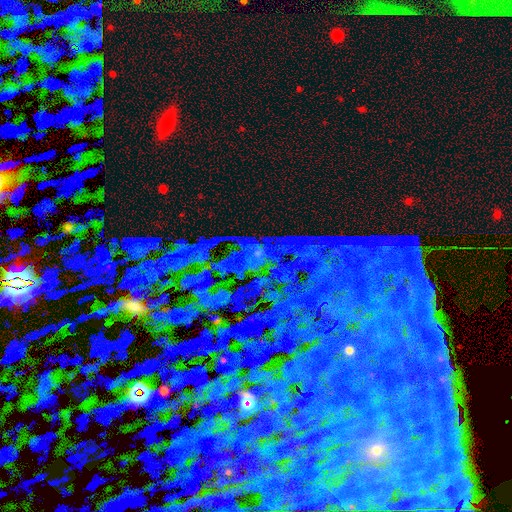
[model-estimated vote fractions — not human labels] This is likely a star or artifact rather than a galaxy (74%).